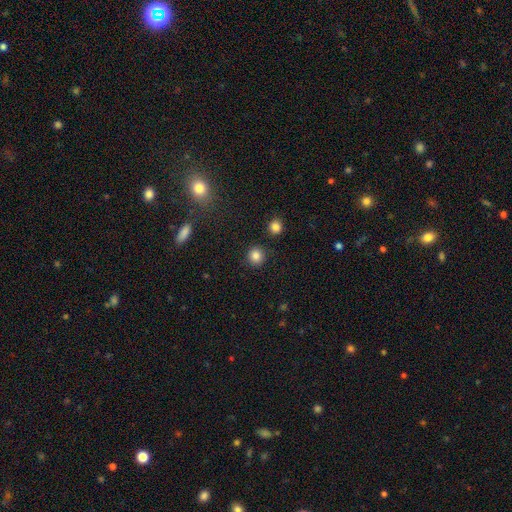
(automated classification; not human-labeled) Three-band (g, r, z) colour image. It shows a smooth galaxy with no disk features (85%) that is round (91%). Merging: none (90%).